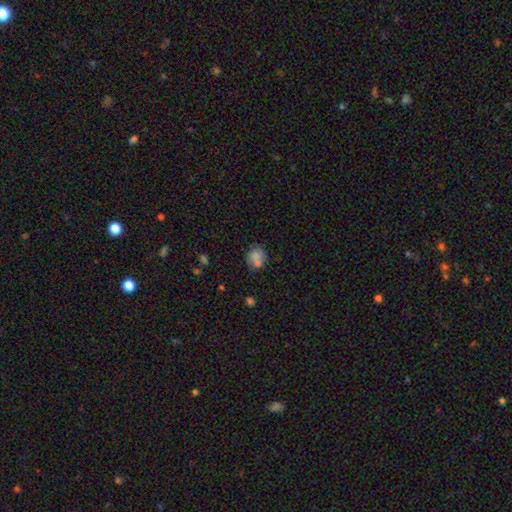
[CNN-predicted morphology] A smooth galaxy with no disk features (77%) that is round (64%). Merging: none (58%).